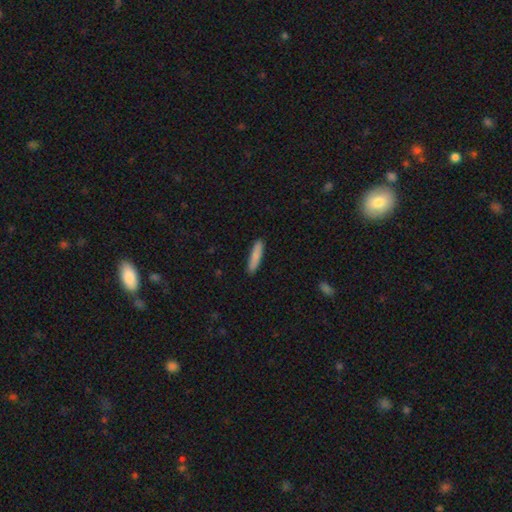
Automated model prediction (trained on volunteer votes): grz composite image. It shows a smooth galaxy with no disk features (85%) that is cigar-shaped (86%). Merging: none (90%).